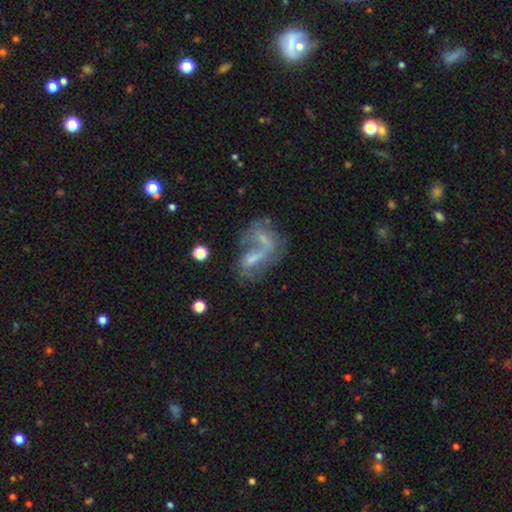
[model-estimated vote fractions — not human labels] The model was most divided on "bar": no: 41%, weak: 35%, strong: 23%. Remaining: edge-on disk — no (94%); smooth or featured — featured or disk (60%); spiral arms — yes (54%); bulge size — small (43%); merging — merger (38%).